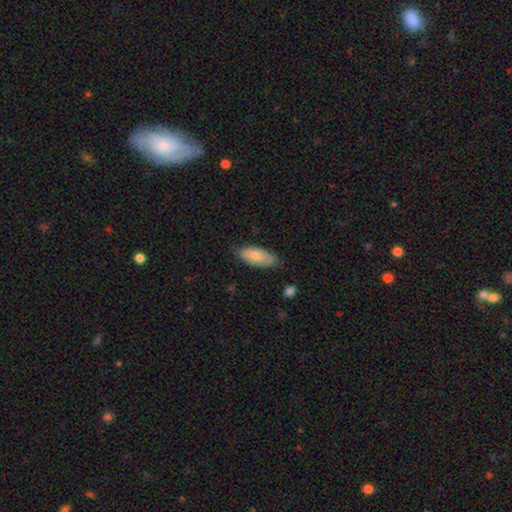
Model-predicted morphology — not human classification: Smooth or featured?
  - smooth: 79% *
  - featured or disk: 15%
  - star or artifact: 6%
How rounded?
  - in between: 87% *
  - cigar-shaped: 11%
  - round: 2%
Merging?
  - none: 72% *
  - minor disturbance: 23%
  - major disturbance: 4%
  - merger: 2%